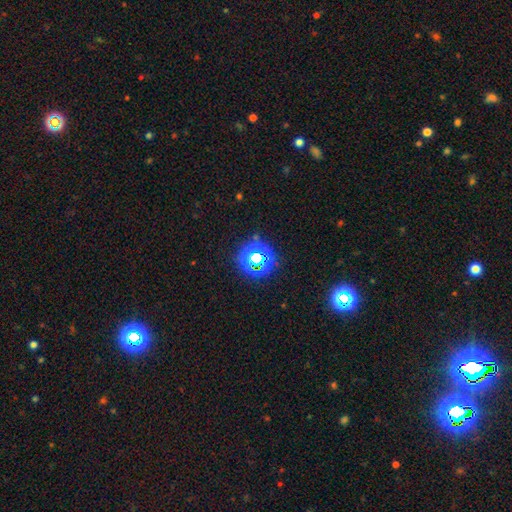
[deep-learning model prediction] Smooth or featured? Predicted: star or artifact (p=0.72).